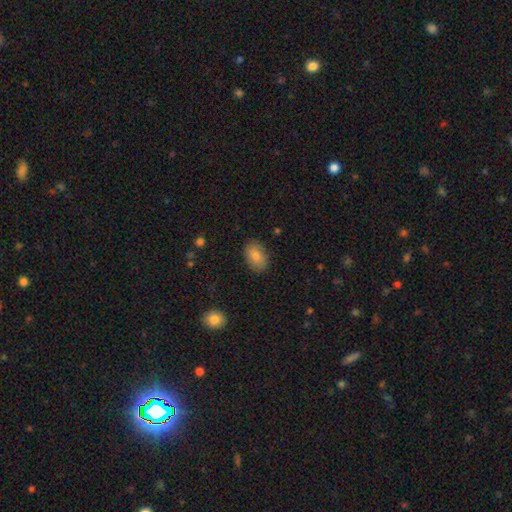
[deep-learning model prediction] Overall: smooth (82%). How rounded: in between (88%). Merging: none (87%).